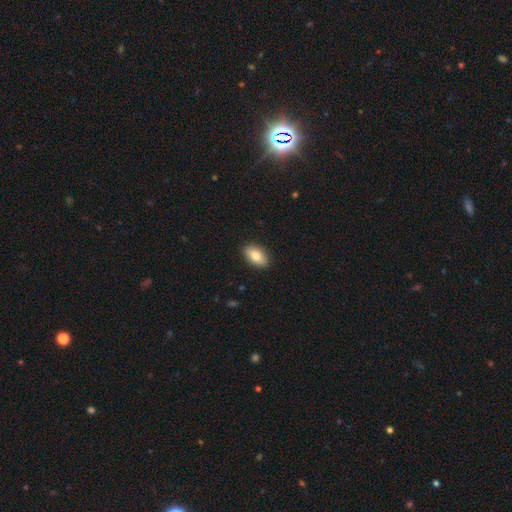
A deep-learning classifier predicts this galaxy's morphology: Q: Smooth or featured?
A: smooth (80%); runner-up: featured or disk (13%)
Q: How rounded?
A: in between (92%); runner-up: round (5%)
Q: Merging?
A: none (90%); runner-up: minor disturbance (8%)